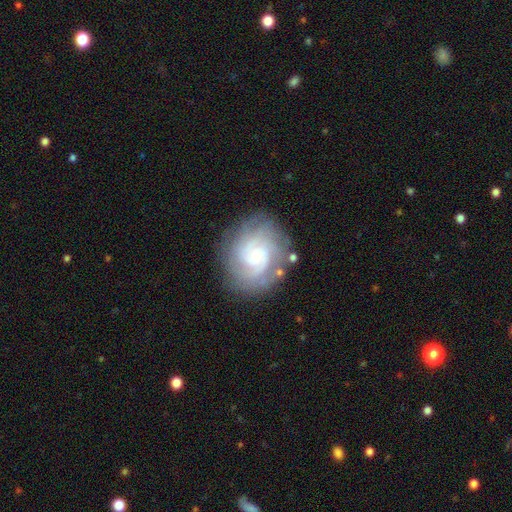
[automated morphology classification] smooth-or-featured: featured or disk: 80% | smooth: 13% | star or artifact: 7%
  disk-edge-on: no: 98% | yes: 2%
    bar: no: 69% | weak: 26% | strong: 5%
    has-spiral-arms: yes: 95% | no: 5%
      spiral-winding: tight: 66% | medium: 28% | loose: 6%
      spiral-arm-count: can't tell: 30% | 3: 22% | 2: 20% | 4: 15% | more than 4: 7% | 1: 6%
    bulge-size: small: 75% | moderate: 15% | none: 6% | large: 3% | dominant: 1%
  merging: none: 79% | minor disturbance: 13% | major disturbance: 5% | merger: 2%